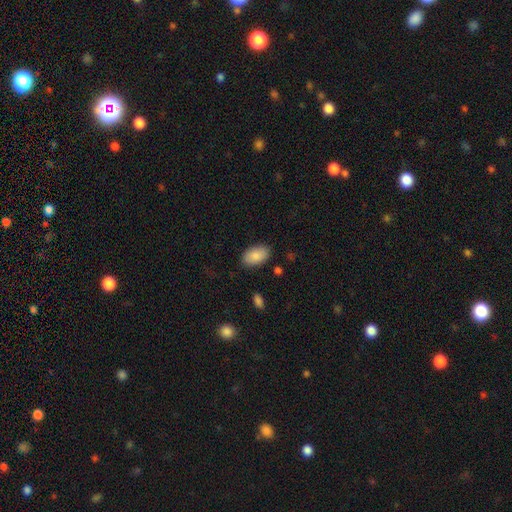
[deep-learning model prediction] Smooth or featured?
  - smooth: 88% *
  - star or artifact: 6%
  - featured or disk: 6%
How rounded?
  - in between: 94% *
  - round: 5%
  - cigar-shaped: 1%
Merging?
  - none: 85% *
  - minor disturbance: 11%
  - major disturbance: 3%
  - merger: 1%